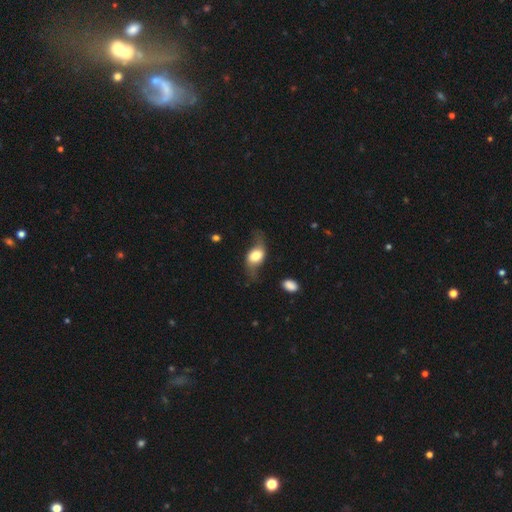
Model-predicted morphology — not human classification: Smooth or featured? Predicted: featured or disk (p=0.46, tied with smooth). Merging? Predicted: none (p=0.53).